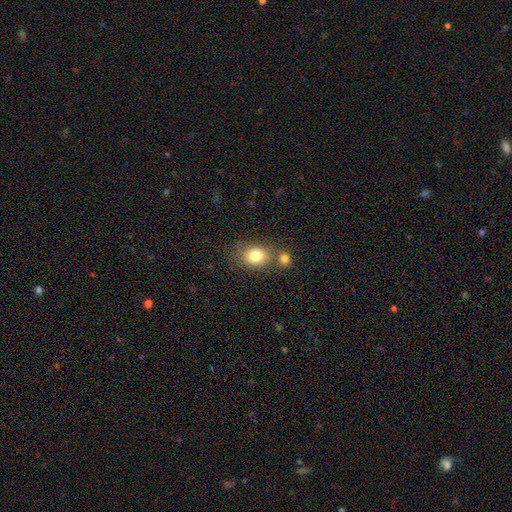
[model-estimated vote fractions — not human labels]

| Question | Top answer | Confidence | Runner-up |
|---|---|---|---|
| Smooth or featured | smooth | 81% | star or artifact (10%) |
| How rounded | in between | 54% | round (45%) |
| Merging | none | 59% | merger (23%) |